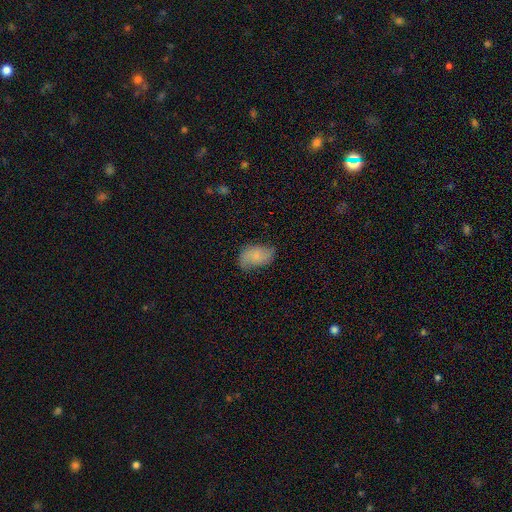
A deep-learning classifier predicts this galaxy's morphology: Smooth or featured: smooth — 62% (featured or disk — 30%)
How rounded: in between — 91% (round — 8%)
Merging: none — 63% (minor disturbance — 27%)